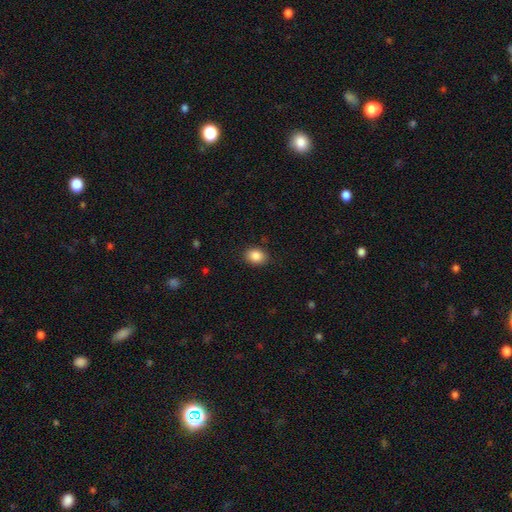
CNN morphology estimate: The model was most divided on "how rounded": in between: 63%, round: 36%, cigar-shaped: 1%. More confident: smooth or featured — smooth (87%); merging — none (87%).